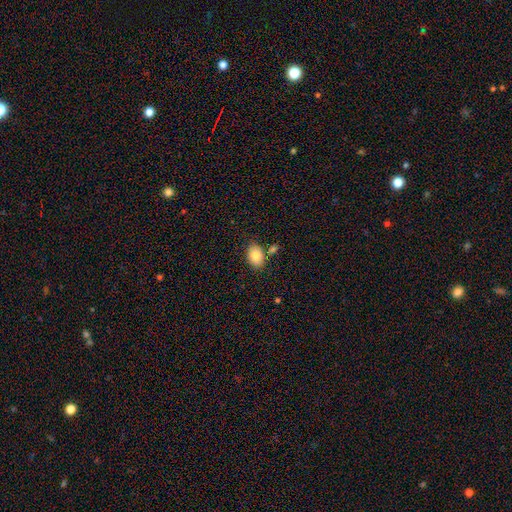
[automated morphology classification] type=smooth (84%); roundness=in between (83%); merging=none (74%).